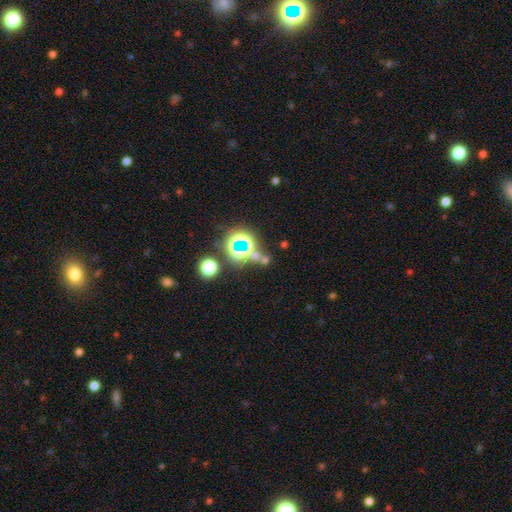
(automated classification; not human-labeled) smooth_or_featured: star or artifact (p=0.57) [alt: smooth p=0.33]